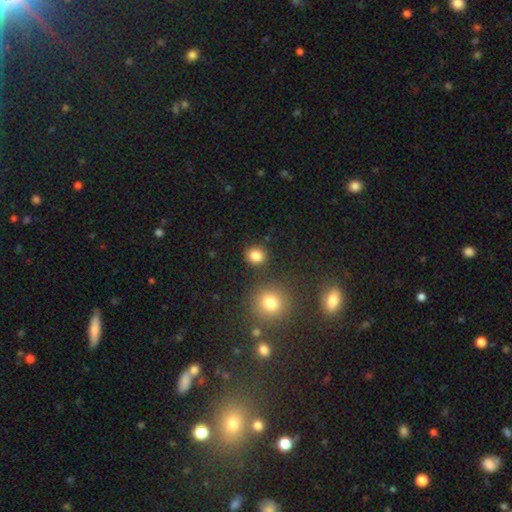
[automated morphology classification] smooth-or-featured: smooth: 82% | star or artifact: 13% | featured or disk: 5%
  how-rounded: round: 78% | in between: 21% | cigar-shaped: 1%
  merging: none: 84% | minor disturbance: 8% | merger: 5% | major disturbance: 3%